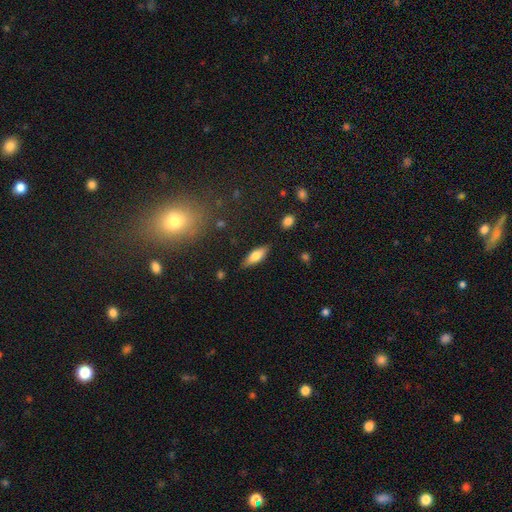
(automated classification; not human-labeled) smooth_or_featured: smooth (p=0.70) [alt: featured or disk p=0.24]
how_rounded: in between (p=0.67) [alt: cigar-shaped p=0.30]
merging: none (p=0.83) [alt: minor disturbance p=0.12]